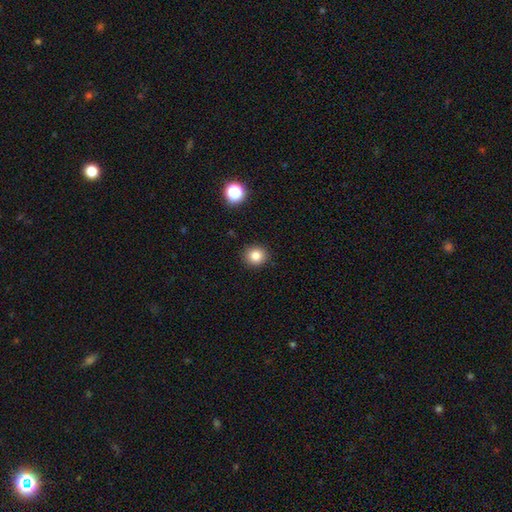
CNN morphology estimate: The model was most divided on "smooth or featured": smooth: 83%, star or artifact: 12%, featured or disk: 5%. More confident: merging — none (91%); how rounded — round (87%).